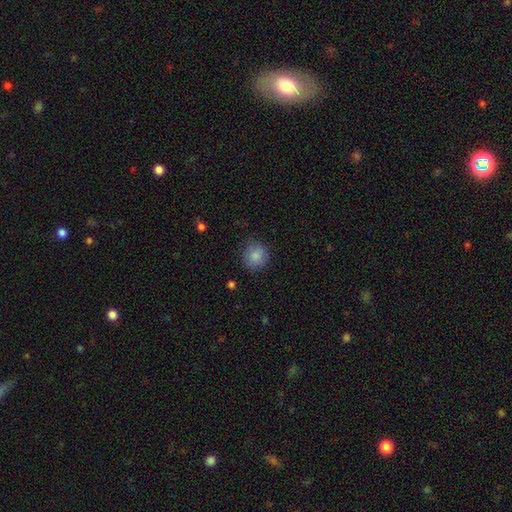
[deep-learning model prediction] A smooth galaxy with no disk features (86%) that is round (89%).

Vote fractions:
- Smooth or featured? smooth: 86% / star or artifact: 9% / featured or disk: 5%
- How rounded? round: 89% / in between: 10% / cigar-shaped: 1%
- Merging? none: 84% / minor disturbance: 12% / major disturbance: 3% / merger: 1%